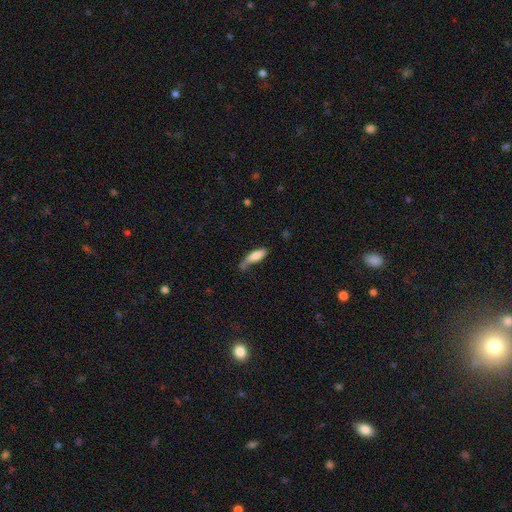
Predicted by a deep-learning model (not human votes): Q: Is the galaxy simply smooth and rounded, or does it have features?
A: smooth — 79%.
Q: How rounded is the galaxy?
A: in between — 51%.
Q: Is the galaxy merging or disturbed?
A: none — 44%.